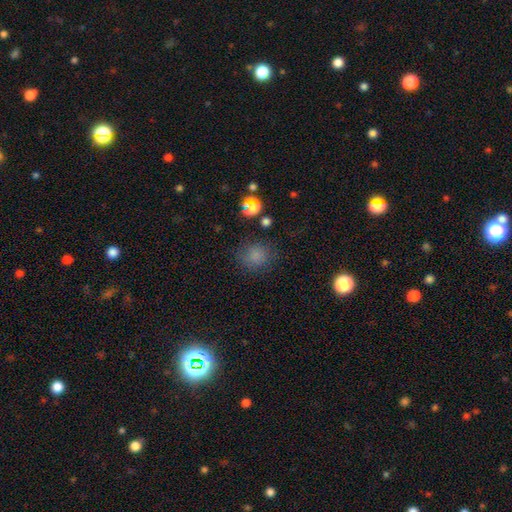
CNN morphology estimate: The model was most divided on "smooth or featured": smooth: 79%, star or artifact: 16%, featured or disk: 5%. More confident: how rounded — round (81%); merging — none (80%).